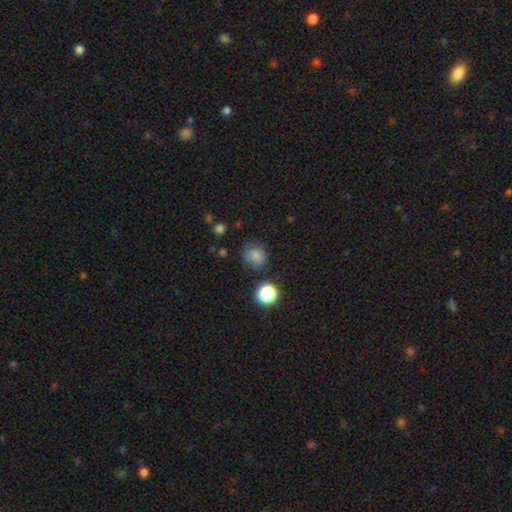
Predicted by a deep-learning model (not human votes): Overall: smooth (78%). How rounded: round (78%). Merging: none (74%).